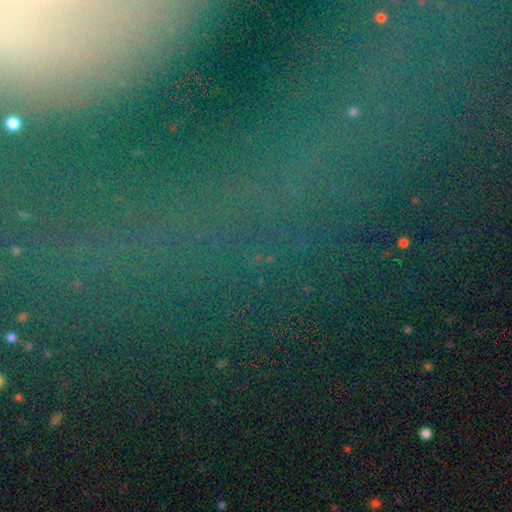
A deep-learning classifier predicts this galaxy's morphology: Smooth or featured: star or artifact — 74% (smooth — 13%)